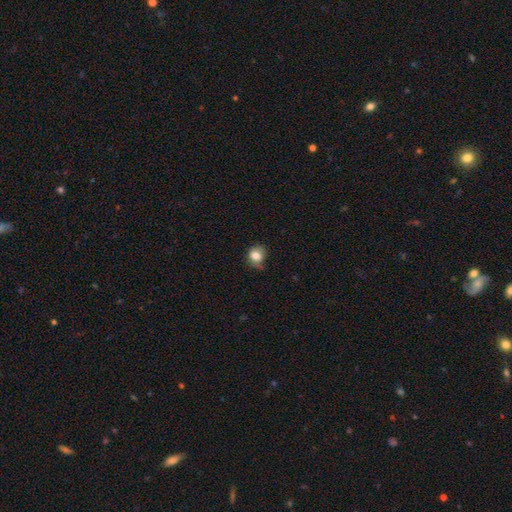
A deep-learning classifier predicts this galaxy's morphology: This is likely a smooth galaxy (80%). How rounded: likely round (73%). Merging: possibly none (54%).